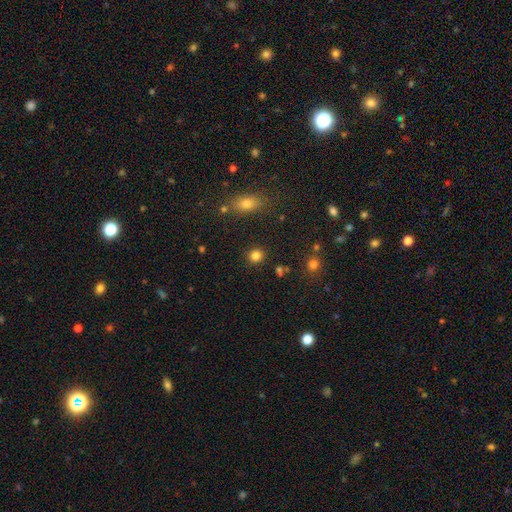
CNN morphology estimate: smooth_or_featured: smooth (p=0.82) [alt: star or artifact p=0.13]
how_rounded: round (p=0.87) [alt: in between p=0.12]
merging: none (p=0.88) [alt: minor disturbance p=0.07]